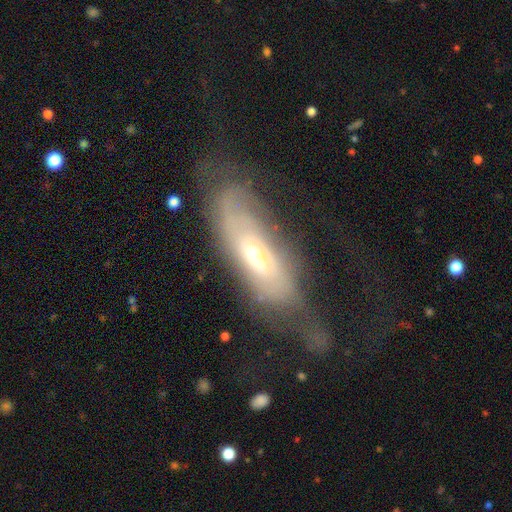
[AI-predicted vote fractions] Smooth or featured? Predicted: featured or disk (p=0.58). Edge-on disk? Predicted: no (p=0.77). Merging? Predicted: none (p=0.39).